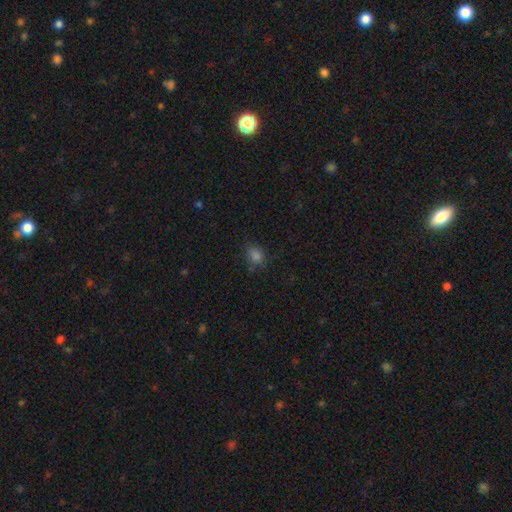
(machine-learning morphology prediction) Overall: smooth (79%). How rounded: round (51%; in between 48%). Merging: none (76%).